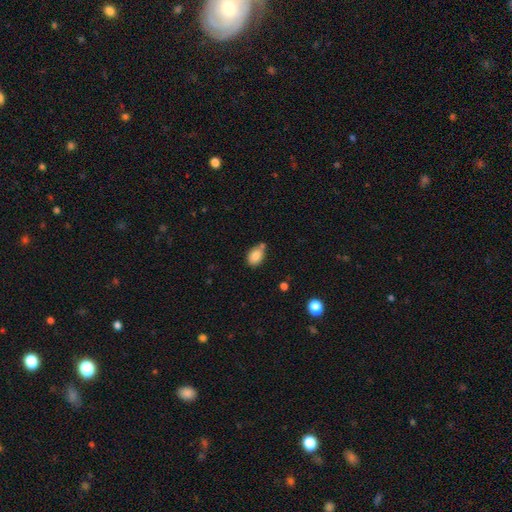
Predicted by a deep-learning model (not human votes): A smooth galaxy with no disk features (85%) that is in between round and cigar-shaped (83%).

Vote fractions:
- Smooth or featured? smooth: 85% / star or artifact: 8% / featured or disk: 7%
- How rounded? in between: 83% / round: 15% / cigar-shaped: 1%
- Merging? none: 59% / minor disturbance: 21% / merger: 16% / major disturbance: 4%